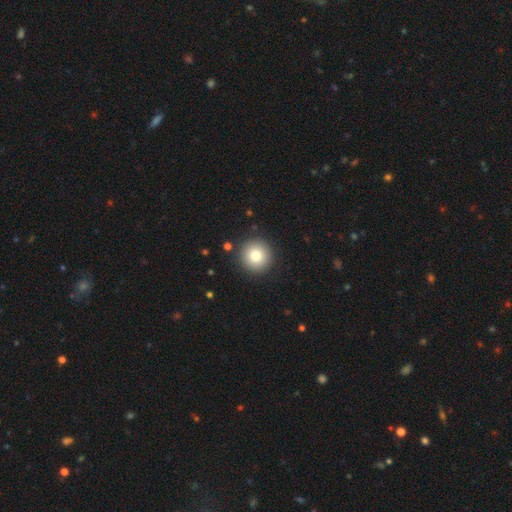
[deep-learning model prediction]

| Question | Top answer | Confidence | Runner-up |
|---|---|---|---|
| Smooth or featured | smooth | 82% | star or artifact (9%) |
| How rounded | round | 95% | in between (4%) |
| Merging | none | 90% | minor disturbance (6%) |